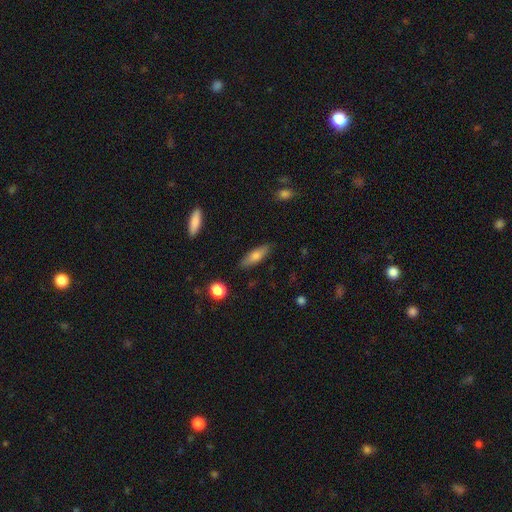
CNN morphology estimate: smooth-or-featured: smooth: 70% | featured or disk: 23% | star or artifact: 7%
  how-rounded: in between: 49% | cigar-shaped: 48% | round: 3%
  merging: none: 85% | minor disturbance: 11% | major disturbance: 2% | merger: 2%